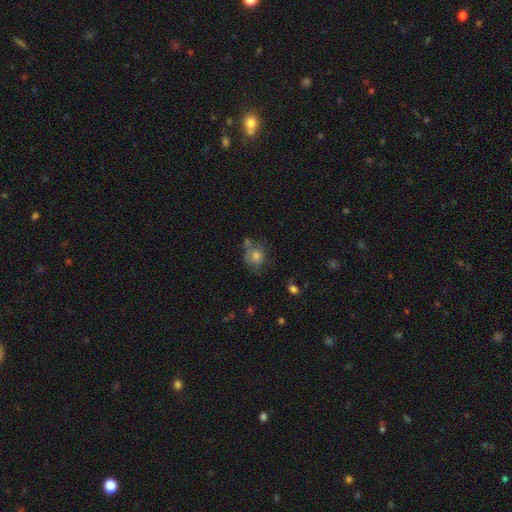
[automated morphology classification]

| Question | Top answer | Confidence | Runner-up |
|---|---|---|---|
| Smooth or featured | smooth | 66% | featured or disk (19%) |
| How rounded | round | 81% | in between (18%) |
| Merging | none | 58% | minor disturbance (20%) |